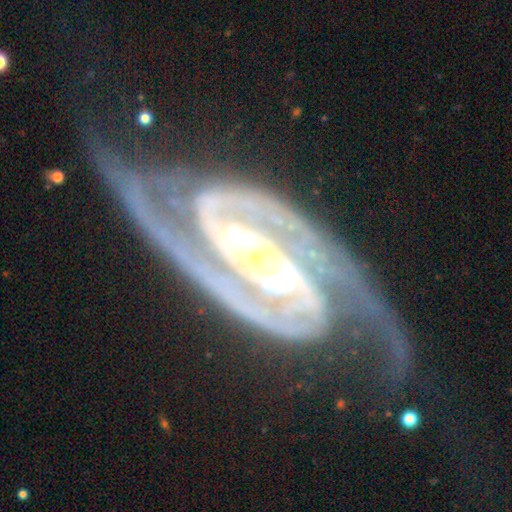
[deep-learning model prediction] A featured or disk galaxy (93%) with a strong bar (61%), 2 (88%) medium (45%) spiral arms (98%) and a moderate central bulge (42%, tied with small).

Vote fractions:
- Smooth or featured? featured or disk: 93% / star or artifact: 4% / smooth: 3%
- Edge-on disk? no: 96% / yes: 4%
- Bar? strong: 61% / weak: 25% / no: 14%
- Spiral arms? yes: 98% / no: 2%
- Spiral winding? medium: 45% / tight: 41% / loose: 14%
- Spiral arm count? 2: 88% / can't tell: 3% / 3: 3% / 1: 2% / 4: 2% / more than 4: 2%
- Bulge size? moderate: 42% (tied) / small: 42% (tied) / large: 8% / none: 6% / dominant: 2%
- Merging? none: 51% / major disturbance: 23% / minor disturbance: 21% / merger: 5%